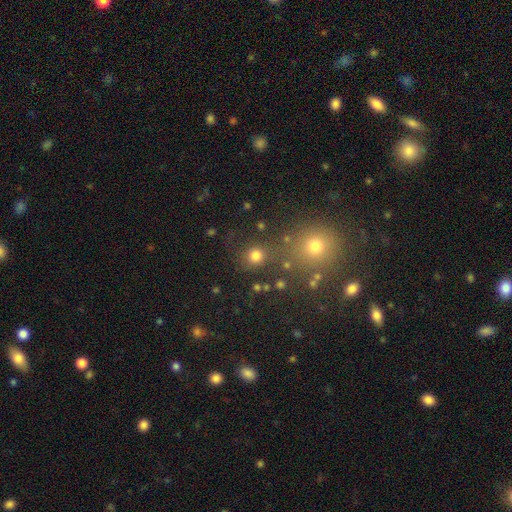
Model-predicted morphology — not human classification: A smooth galaxy with no disk features (78%) that is round (91%). Merging: none (74%).